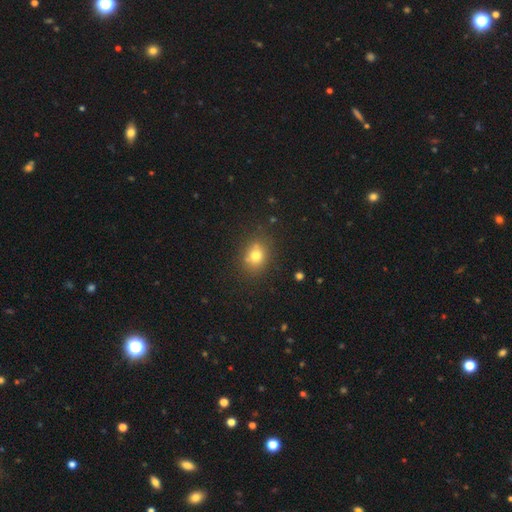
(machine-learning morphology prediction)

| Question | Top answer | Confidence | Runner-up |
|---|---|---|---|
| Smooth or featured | smooth | 76% | star or artifact (13%) |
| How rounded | round | 61% | in between (38%) |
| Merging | none | 78% | minor disturbance (14%) |